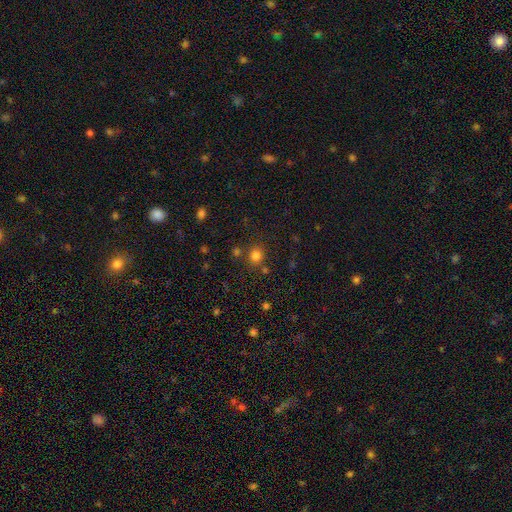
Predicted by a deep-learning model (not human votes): smooth 79%, star or artifact 16%, featured or disk 5%. Down the decision tree: how rounded — round (85%); merging — none (79%).